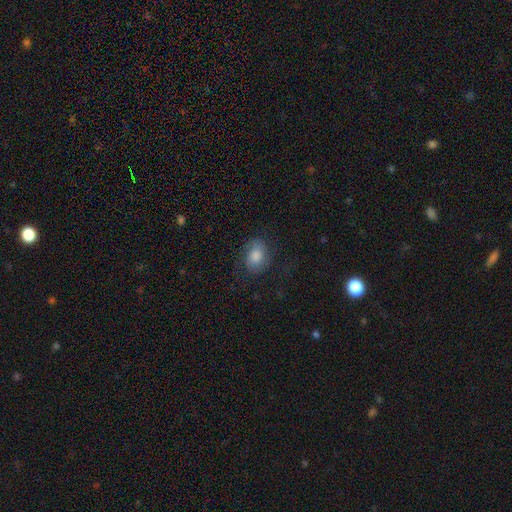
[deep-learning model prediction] Smooth or featured?
  - smooth: 66% *
  - featured or disk: 23%
  - star or artifact: 11%
How rounded?
  - in between: 72% *
  - round: 27%
  - cigar-shaped: 1%
Merging?
  - none: 71% *
  - minor disturbance: 17%
  - major disturbance: 10%
  - merger: 1%